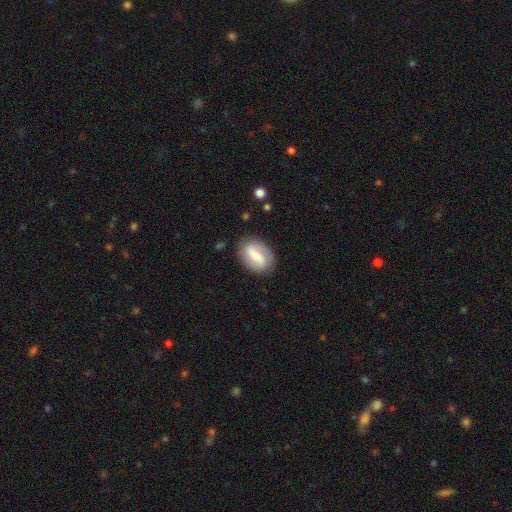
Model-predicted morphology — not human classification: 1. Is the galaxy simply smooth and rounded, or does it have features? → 49% featured or disk, 44% smooth, 6% star or artifact.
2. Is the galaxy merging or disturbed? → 84% none, 11% minor disturbance, 3% major disturbance, 1% merger.